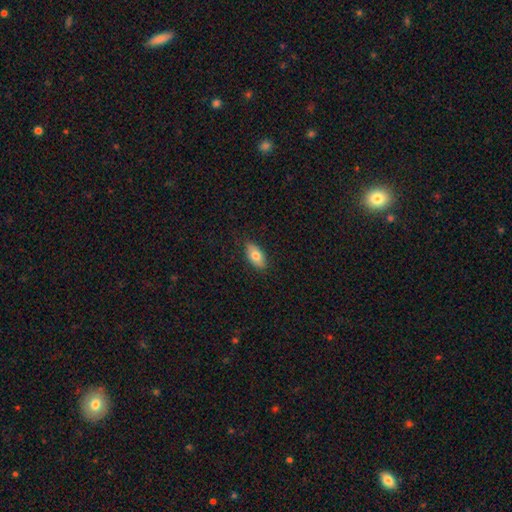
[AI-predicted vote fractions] Overall: smooth (76%). How rounded: in between (90%). Merging: none (86%).